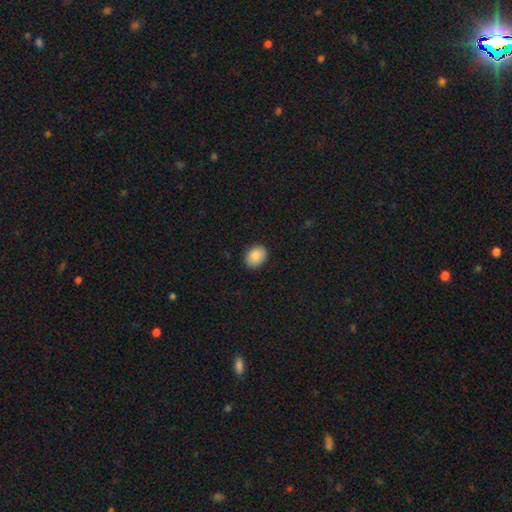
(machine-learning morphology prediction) type=smooth (88%); roundness=in between (63%); merging=none (89%).